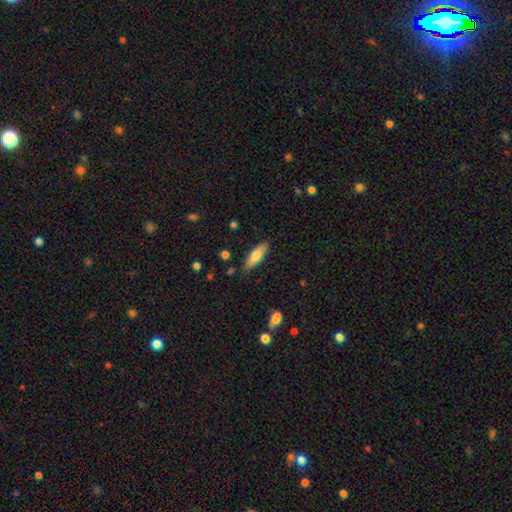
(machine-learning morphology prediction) Smooth or featured?
  - smooth: 72% *
  - featured or disk: 22%
  - star or artifact: 6%
How rounded?
  - in between: 52% *
  - cigar-shaped: 46%
  - round: 2%
Merging?
  - none: 82% *
  - minor disturbance: 14%
  - major disturbance: 3%
  - merger: 2%